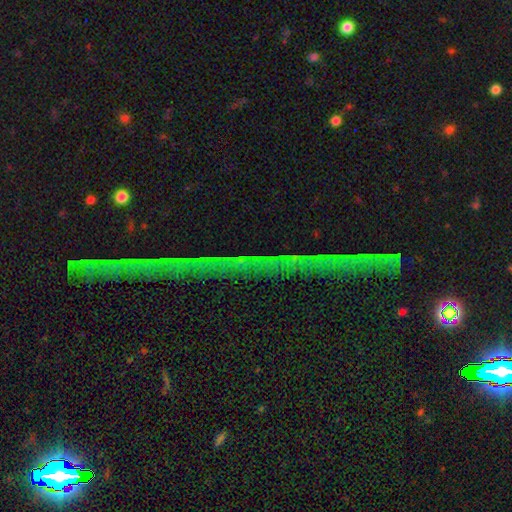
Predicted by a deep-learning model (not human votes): Smooth or featured? Predicted: star or artifact (p=0.73).